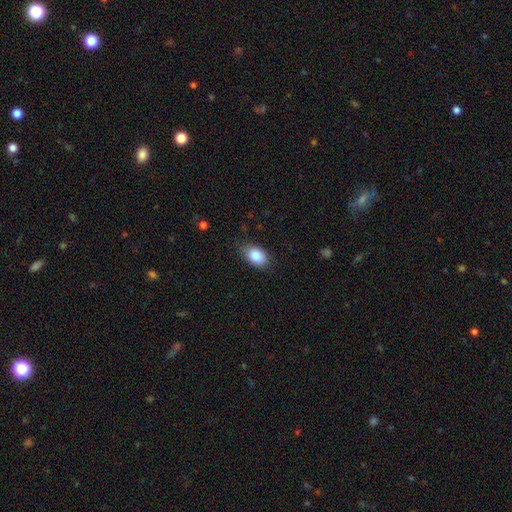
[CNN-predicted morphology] Overall: smooth (87%). How rounded: in between (86%). Merging: none (77%).